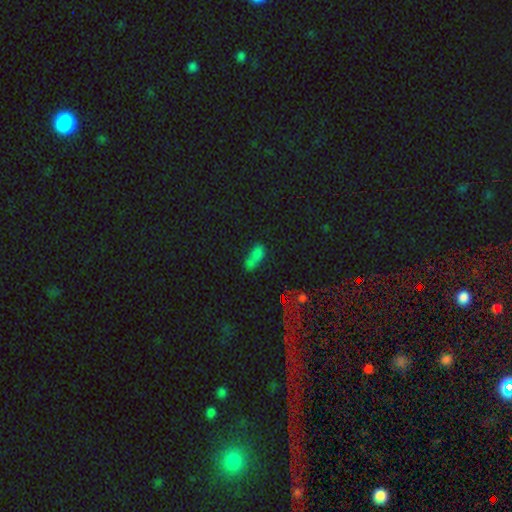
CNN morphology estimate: This is likely a smooth galaxy (62%). How rounded: likely in between (72%). Merging: marginally none (37%).